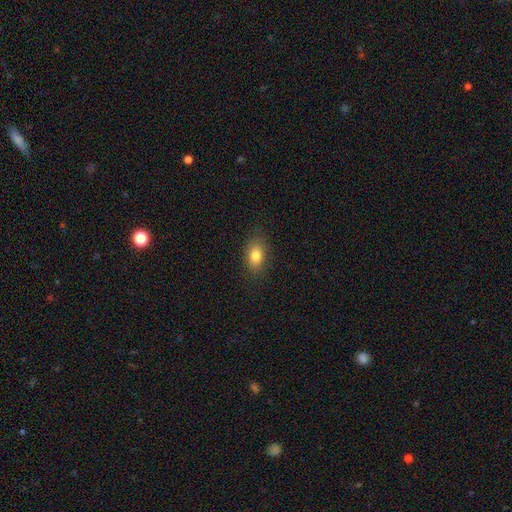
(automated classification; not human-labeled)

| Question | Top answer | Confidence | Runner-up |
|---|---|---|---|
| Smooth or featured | smooth | 81% | featured or disk (10%) |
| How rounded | in between | 84% | round (13%) |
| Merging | none | 85% | minor disturbance (11%) |